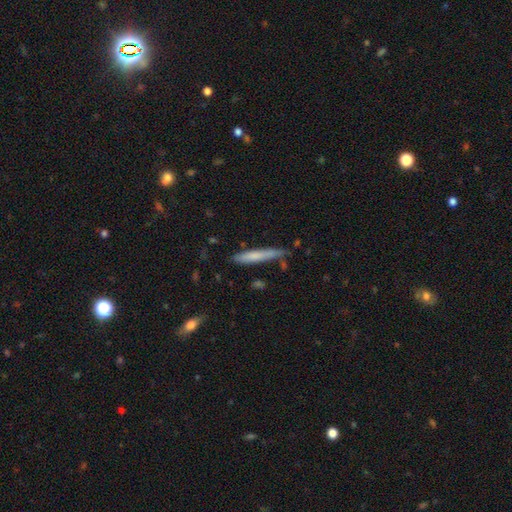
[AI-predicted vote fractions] Smooth or featured?
  - smooth: 69% *
  - featured or disk: 25%
  - star or artifact: 6%
How rounded?
  - cigar-shaped: 94% *
  - in between: 5%
  - round: 1%
Merging?
  - none: 75% *
  - minor disturbance: 18%
  - merger: 3%
  - major disturbance: 3%